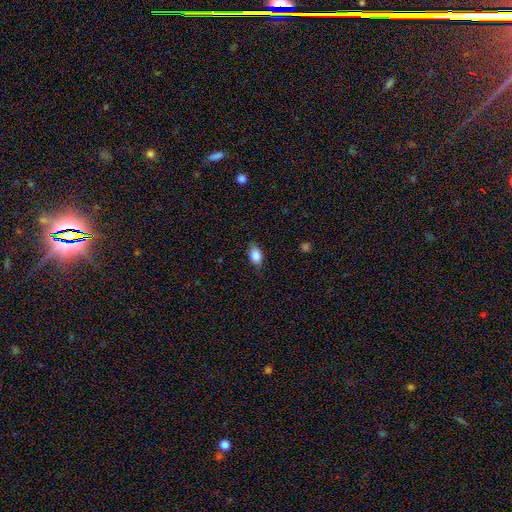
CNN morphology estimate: smooth_or_featured: smooth (p=0.84) [alt: star or artifact p=0.08]
how_rounded: in between (p=0.86) [alt: round p=0.11]
merging: none (p=0.82) [alt: minor disturbance p=0.14]